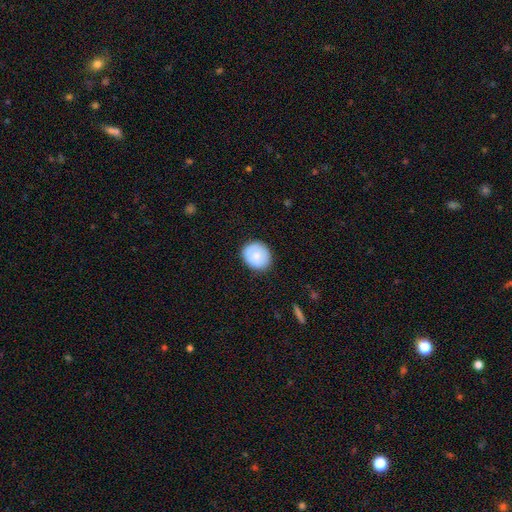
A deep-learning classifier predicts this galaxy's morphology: This appears to be a smooth galaxy with no disk features (80%) that is round (70%). Merging: none (85%).